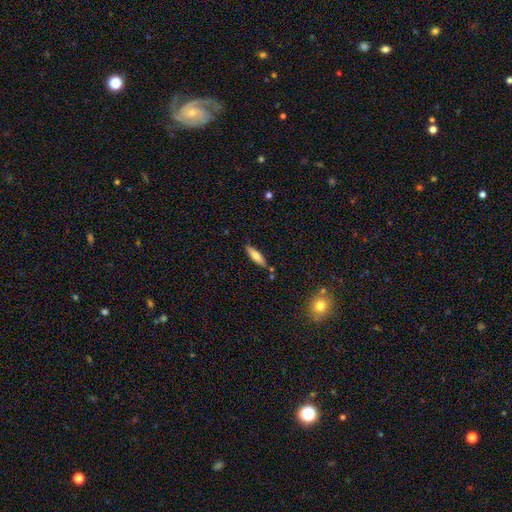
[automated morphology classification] Smooth or featured? smooth (65%)
How rounded? cigar-shaped (62%)
Merging? none (80%)